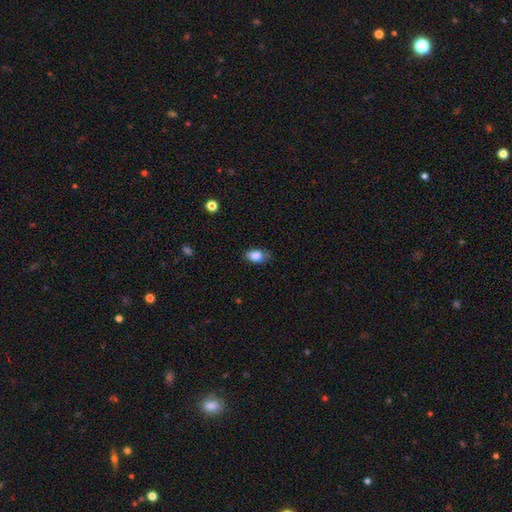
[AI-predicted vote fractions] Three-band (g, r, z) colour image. It shows a smooth galaxy with no disk features (86%) that is in between round and cigar-shaped (84%). Merging: none (70%).